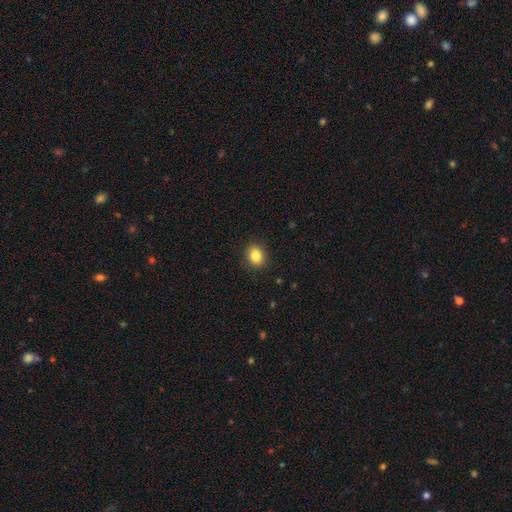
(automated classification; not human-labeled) Q: Smooth or featured?
A: smooth (85%); runner-up: star or artifact (10%)
Q: How rounded?
A: round (64%); runner-up: in between (36%)
Q: Merging?
A: none (90%); runner-up: minor disturbance (7%)